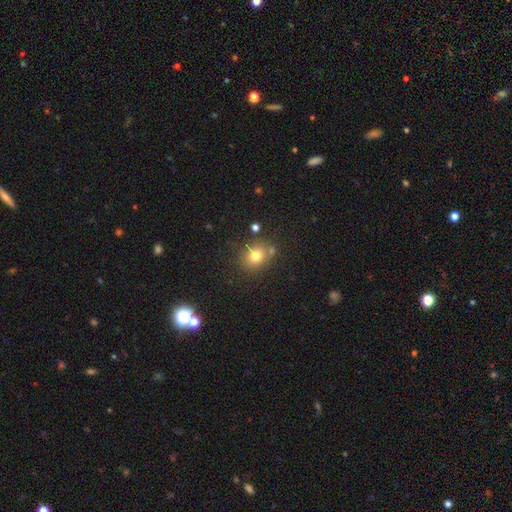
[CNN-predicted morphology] Smooth or featured? smooth (75%)
How rounded? round (63%)
Merging? none (73%)